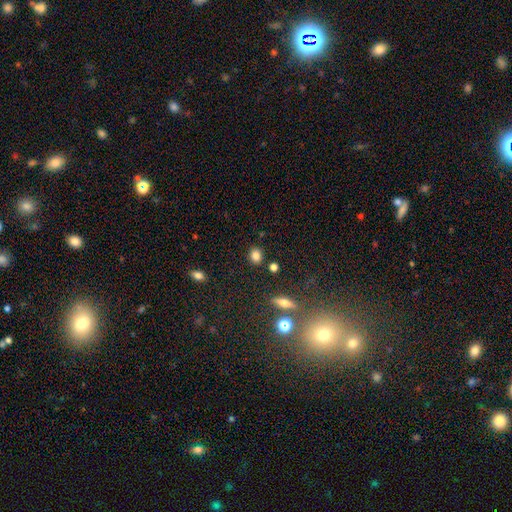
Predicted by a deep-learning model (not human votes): Overall: smooth (82%). How rounded: round (61%; in between 37%). Merging: none (84%).